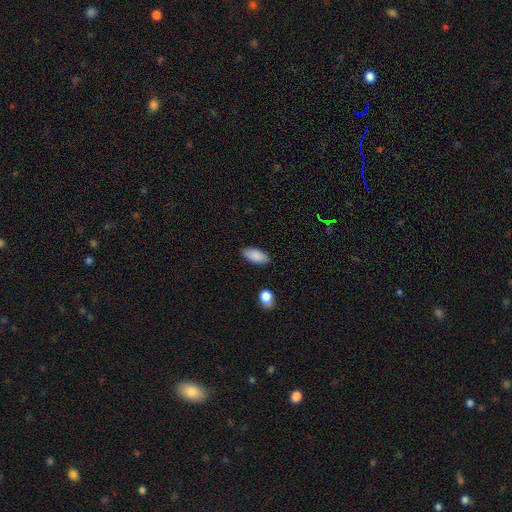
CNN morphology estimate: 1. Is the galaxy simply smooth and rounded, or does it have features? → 88% smooth, 6% star or artifact, 6% featured or disk.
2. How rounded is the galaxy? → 90% in between, 8% cigar-shaped, 2% round.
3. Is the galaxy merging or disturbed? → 86% none, 10% minor disturbance, 2% major disturbance, 2% merger.